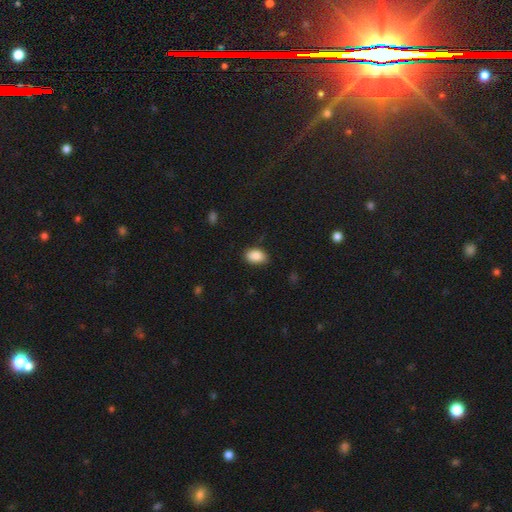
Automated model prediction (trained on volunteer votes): smooth_or_featured: smooth (p=0.87) [alt: star or artifact p=0.08]
how_rounded: in between (p=0.87) [alt: round p=0.11]
merging: none (p=0.84) [alt: minor disturbance p=0.13]